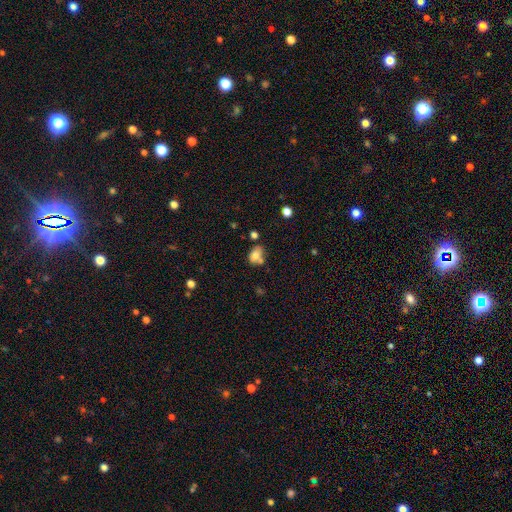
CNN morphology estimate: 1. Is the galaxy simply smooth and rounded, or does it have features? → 73% smooth, 16% featured or disk, 11% star or artifact.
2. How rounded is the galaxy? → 74% in between, 24% round, 2% cigar-shaped.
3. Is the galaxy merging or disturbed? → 44% none, 27% merger, 21% minor disturbance, 8% major disturbance.